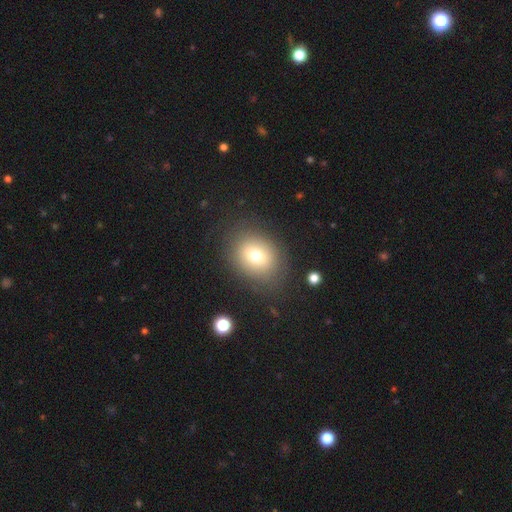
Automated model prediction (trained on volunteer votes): This appears to be a smooth galaxy with no disk features (73%) that is in between round and cigar-shaped (58%). Merging: none (80%).